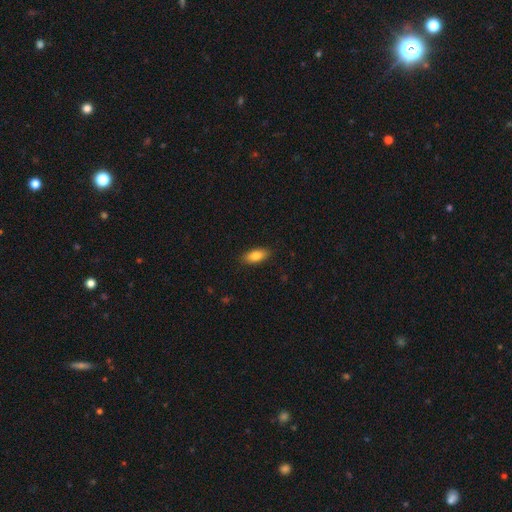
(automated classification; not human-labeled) Smooth or featured: smooth — 82% (featured or disk — 11%)
How rounded: in between — 85% (cigar-shaped — 12%)
Merging: none — 88% (minor disturbance — 9%)